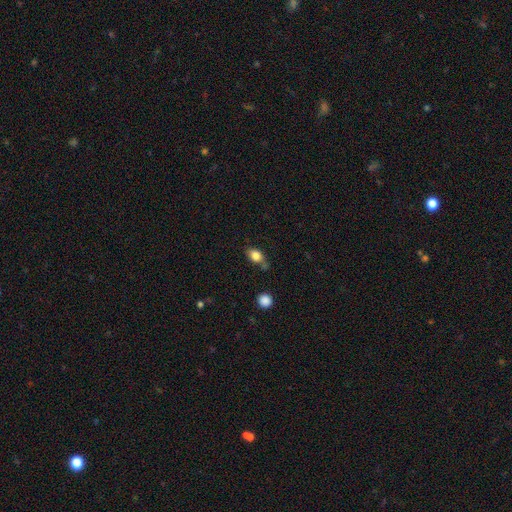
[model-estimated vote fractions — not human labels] A smooth galaxy with no disk features (81%) that is in between round and cigar-shaped (74%).

Vote fractions:
- Smooth or featured? smooth: 81% / featured or disk: 10% / star or artifact: 9%
- How rounded? in between: 74% / round: 23% / cigar-shaped: 3%
- Merging? none: 64% / minor disturbance: 21% / merger: 10% / major disturbance: 5%